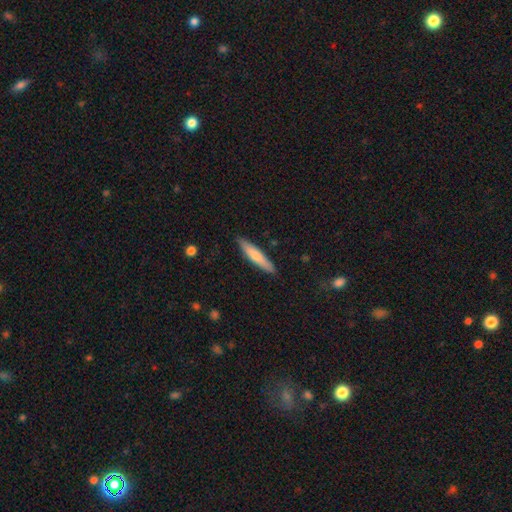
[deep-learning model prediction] This appears to be a smooth galaxy with no disk features (68%) that is cigar-shaped (87%). Merging: none (89%).